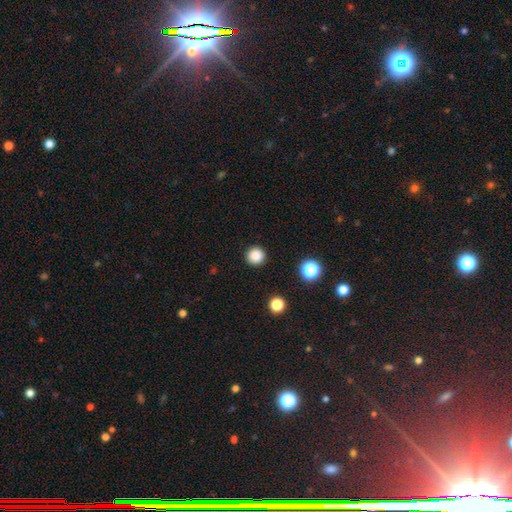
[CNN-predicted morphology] This is clearly a smooth galaxy (85%). How rounded: clearly round (96%). Merging: clearly none (92%).